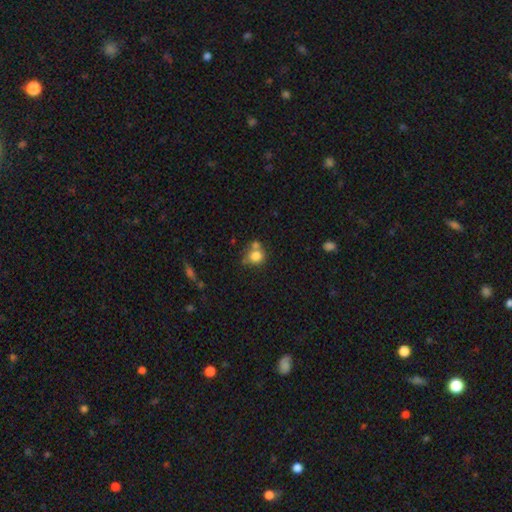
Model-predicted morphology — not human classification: Smooth or featured?
  - smooth: 79% *
  - star or artifact: 11%
  - featured or disk: 10%
How rounded?
  - round: 76% *
  - in between: 23%
  - cigar-shaped: 1%
Merging?
  - none: 46% *
  - merger: 33%
  - minor disturbance: 15%
  - major disturbance: 6%